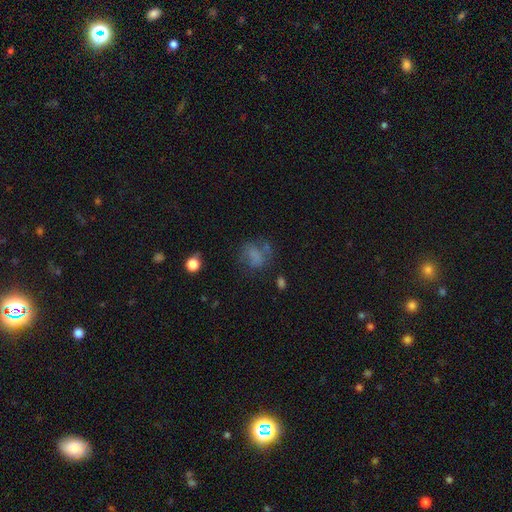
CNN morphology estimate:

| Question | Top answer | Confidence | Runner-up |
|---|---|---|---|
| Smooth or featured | smooth | 63% | featured or disk (20%) |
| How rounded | in between | 51% | round (48%) |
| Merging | none | 48% | minor disturbance (23%) |